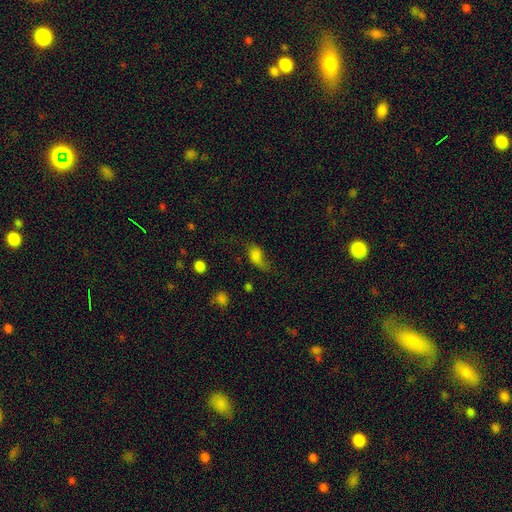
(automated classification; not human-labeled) This is likely a smooth galaxy (67%). How rounded: likely in between (80%). Merging: marginally none (36%).